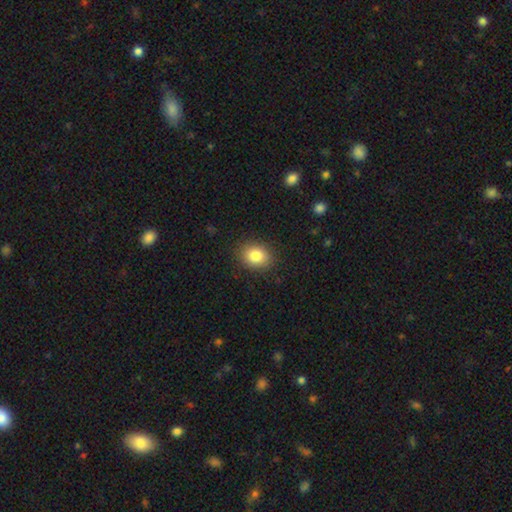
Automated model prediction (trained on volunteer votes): smooth-or-featured: smooth: 85% | star or artifact: 9% | featured or disk: 6%
  how-rounded: round: 51% | in between: 48% | cigar-shaped: 1%
  merging: none: 88% | minor disturbance: 9% | major disturbance: 3% | merger: 1%